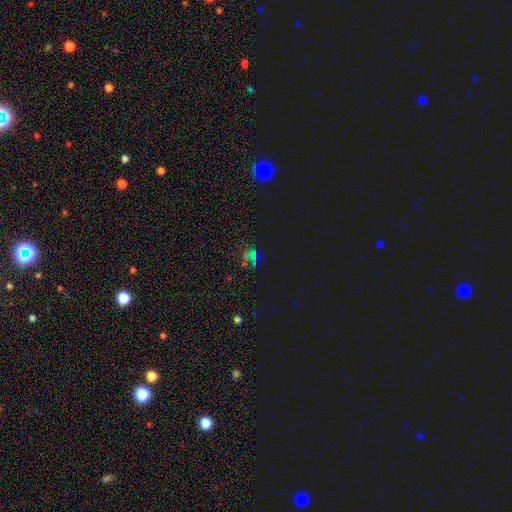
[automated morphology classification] type=star or artifact (66%).